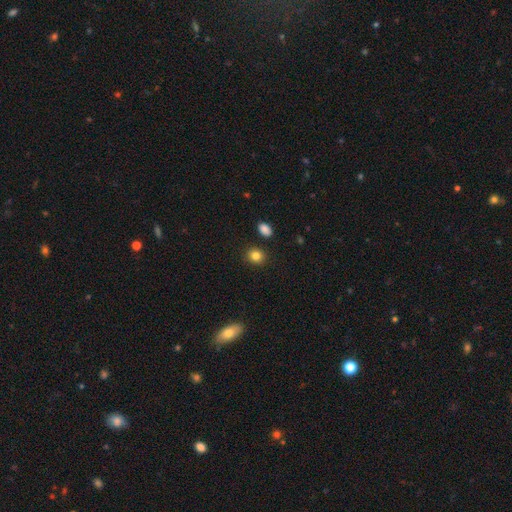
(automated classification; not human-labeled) This is clearly a smooth galaxy (84%). How rounded: likely round (72%). Merging: clearly none (87%).